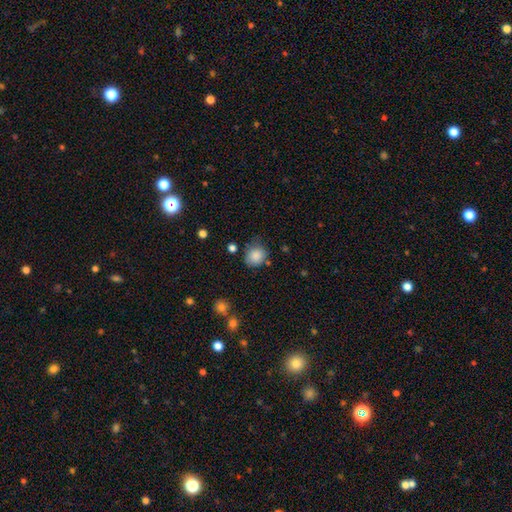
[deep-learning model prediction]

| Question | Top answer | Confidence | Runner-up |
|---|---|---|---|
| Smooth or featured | smooth | 85% | star or artifact (9%) |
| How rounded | round | 76% | in between (24%) |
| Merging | none | 68% | minor disturbance (22%) |